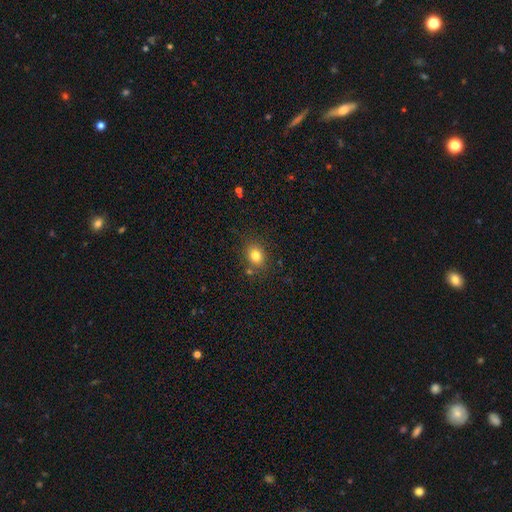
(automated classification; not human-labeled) Smooth or featured: smooth — 80% (star or artifact — 12%)
How rounded: round — 51% (in between — 48%)
Merging: none — 80% (minor disturbance — 11%)